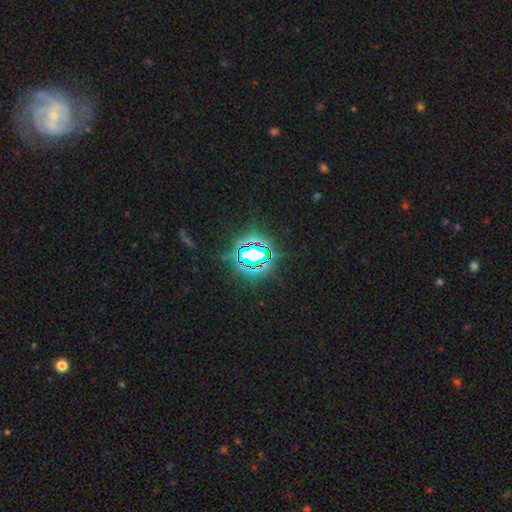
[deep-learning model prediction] smooth-or-featured: star or artifact: 81% | smooth: 11% | featured or disk: 9%